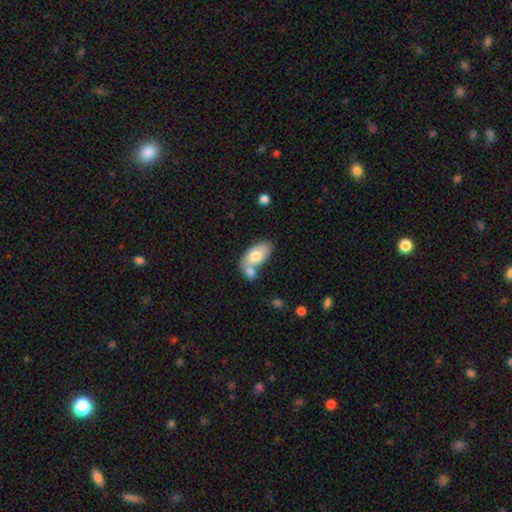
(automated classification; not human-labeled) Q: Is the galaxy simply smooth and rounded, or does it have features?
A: smooth — 71%.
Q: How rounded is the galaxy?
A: in between — 93%.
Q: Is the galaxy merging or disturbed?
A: none — 45%.